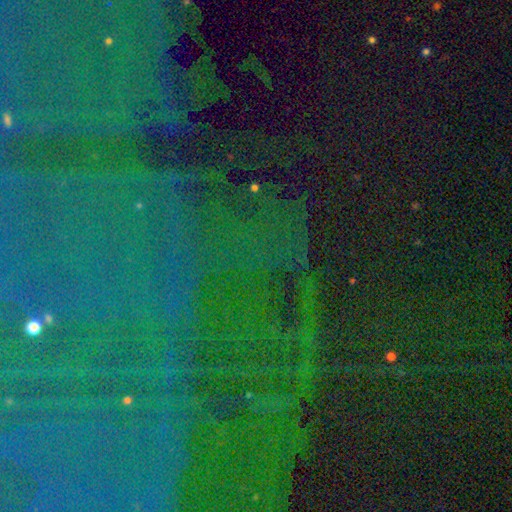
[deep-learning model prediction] This is clearly a star or artifact rather than a galaxy (85%).